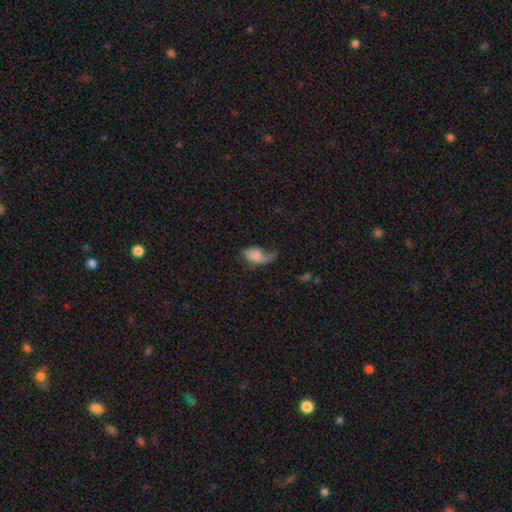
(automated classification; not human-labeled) Smooth or featured? smooth (58%)
How rounded? in between (86%)
Merging? major disturbance (45%)